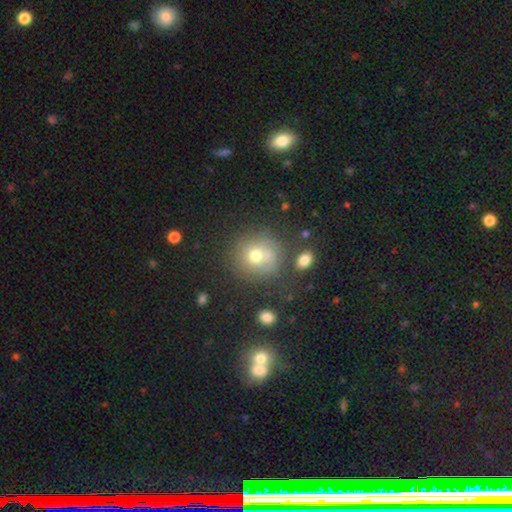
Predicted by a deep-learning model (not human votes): A smooth galaxy with no disk features (68%) that is round (87%). Merging: none (65%).